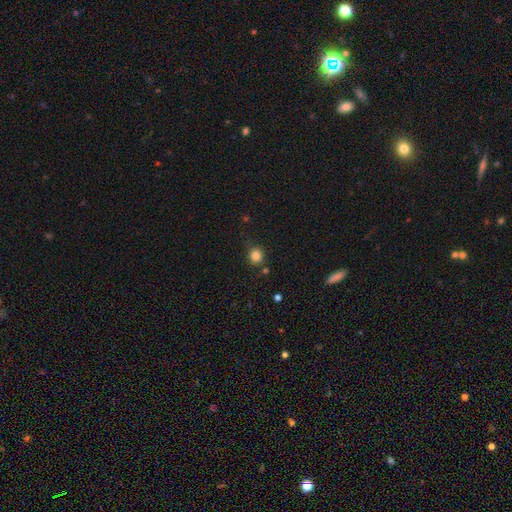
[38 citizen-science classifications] Morphology: type=smooth (84%); roundness=round (88%); merging=none (89%).